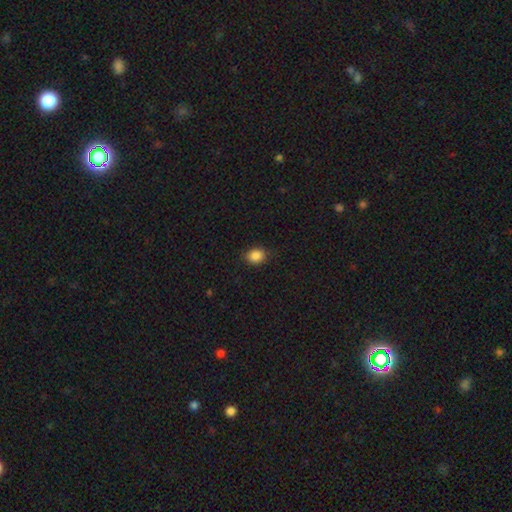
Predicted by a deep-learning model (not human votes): smooth 86%, star or artifact 10%, featured or disk 4%. Down the decision tree: how rounded — round (61%); merging — none (85%).